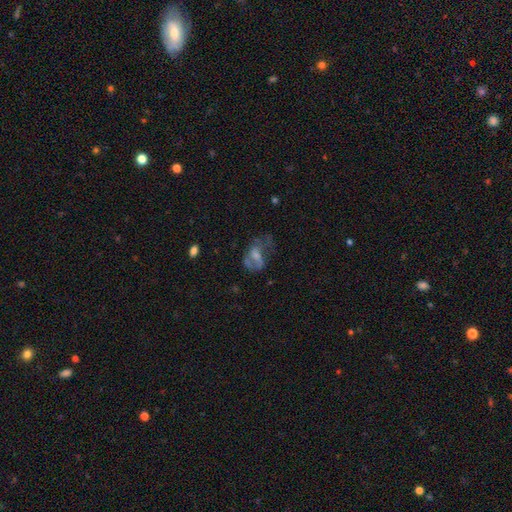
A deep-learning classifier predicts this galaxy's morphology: This is possibly a featured or disk galaxy (47%). Merging: possibly major disturbance (46%).